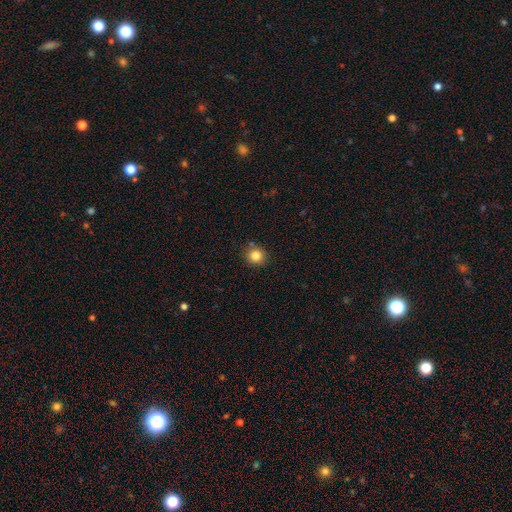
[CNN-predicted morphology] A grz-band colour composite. It shows a smooth galaxy with no disk features (83%) that is round (90%). Merging: none (85%).